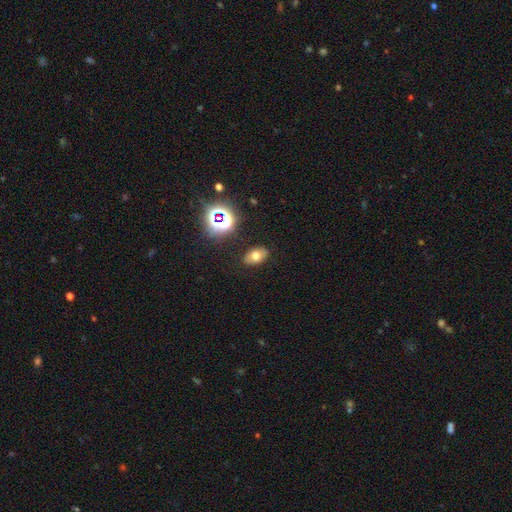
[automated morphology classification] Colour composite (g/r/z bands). It shows a smooth galaxy with no disk features (63%) that is in between round and cigar-shaped (86%). Merging: none (85%).